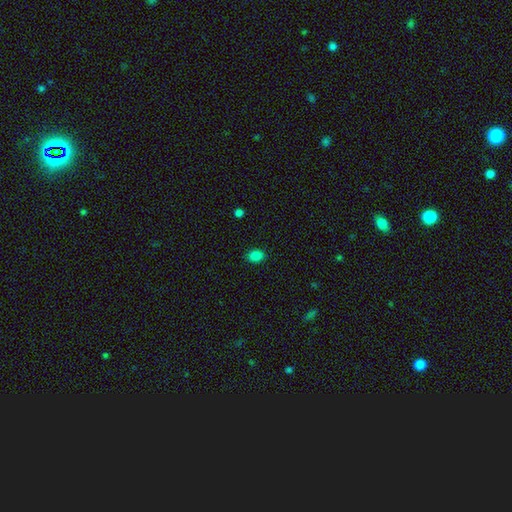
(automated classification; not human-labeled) A smooth galaxy with no disk features (84%) that is in between round and cigar-shaped (73%). Merging: none (88%).